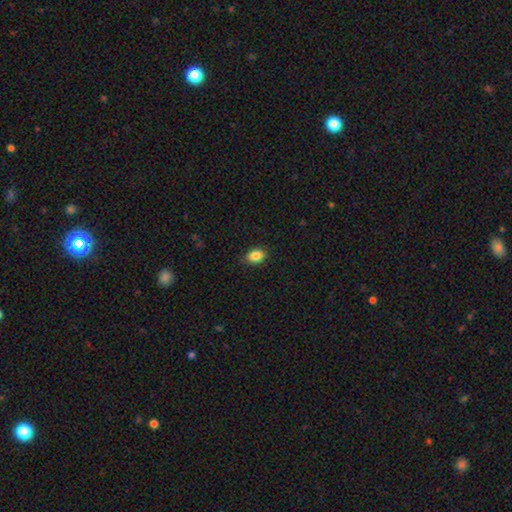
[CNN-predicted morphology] A smooth galaxy with no disk features (86%) that is in between round and cigar-shaped (75%).

Vote fractions:
- Smooth or featured? smooth: 86% / star or artifact: 9% / featured or disk: 5%
- How rounded? in between: 75% / round: 24% / cigar-shaped: 1%
- Merging? none: 86% / minor disturbance: 11% / major disturbance: 2% / merger: 1%